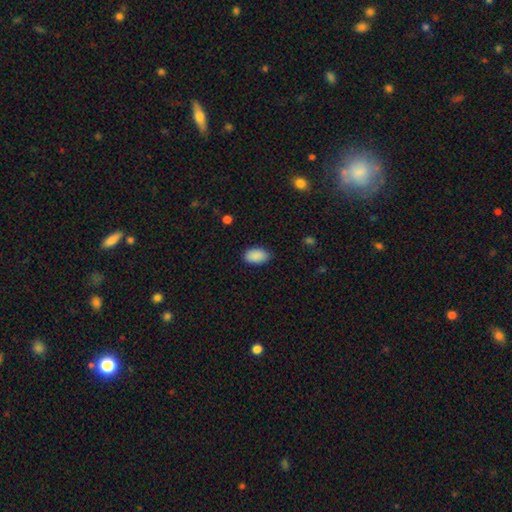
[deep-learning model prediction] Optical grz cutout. It shows a smooth galaxy with no disk features (90%) that is in between round and cigar-shaped (93%). Merging: none (86%).